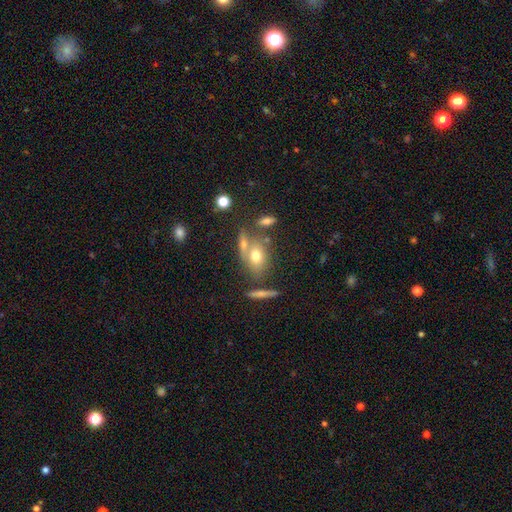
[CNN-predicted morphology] This is likely a smooth galaxy (65%). How rounded: likely in between (65%). Merging: possibly none (52%).